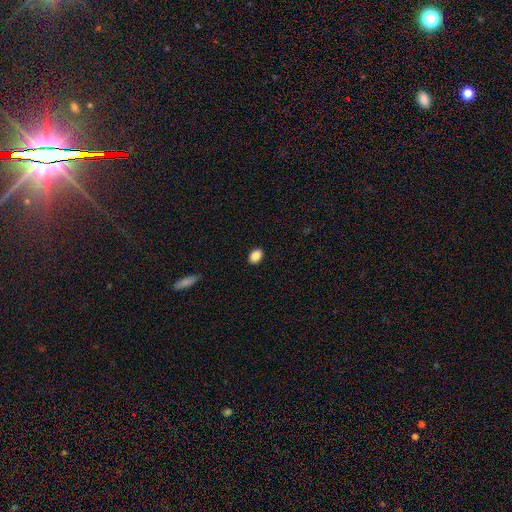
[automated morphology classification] This appears to be a smooth galaxy with no disk features (88%) that is in between round and cigar-shaped (78%). Merging: none (90%).